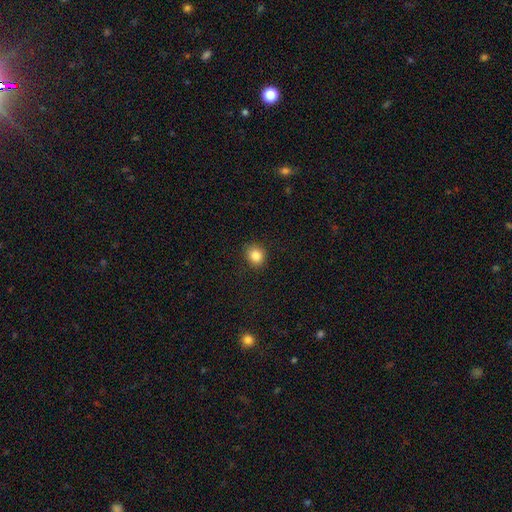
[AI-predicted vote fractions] Q: Smooth or featured?
A: smooth (85%); runner-up: star or artifact (10%)
Q: How rounded?
A: round (77%); runner-up: in between (22%)
Q: Merging?
A: none (88%); runner-up: minor disturbance (9%)